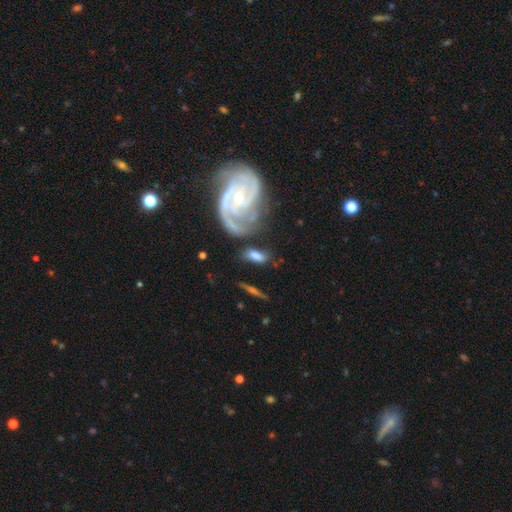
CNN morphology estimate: smooth-or-featured: smooth: 51% | featured or disk: 41% | star or artifact: 8%
  how-rounded: in between: 83% | cigar-shaped: 10% | round: 7%
  merging: none: 62% | minor disturbance: 19% | merger: 10% | major disturbance: 9%